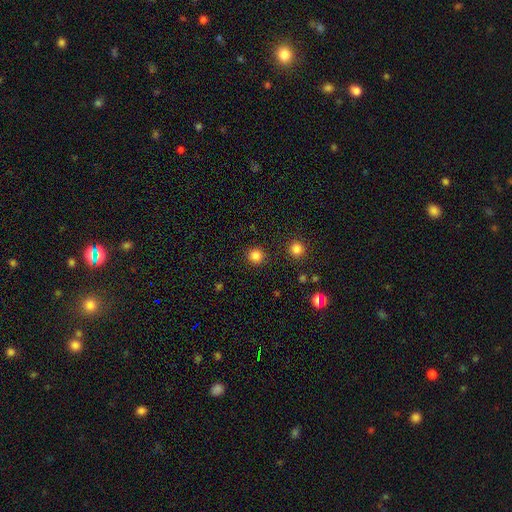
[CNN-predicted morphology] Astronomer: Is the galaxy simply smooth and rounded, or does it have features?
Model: smooth — 84%.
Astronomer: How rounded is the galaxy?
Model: round — 93%.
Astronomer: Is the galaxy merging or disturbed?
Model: none — 90%.